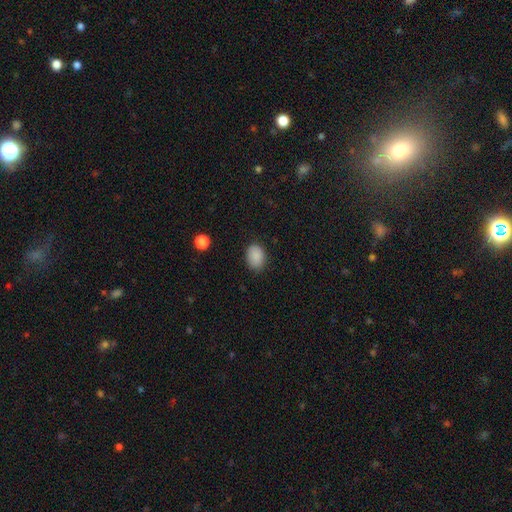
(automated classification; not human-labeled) Overall: smooth (88%). How rounded: in between (74%). Merging: none (84%).